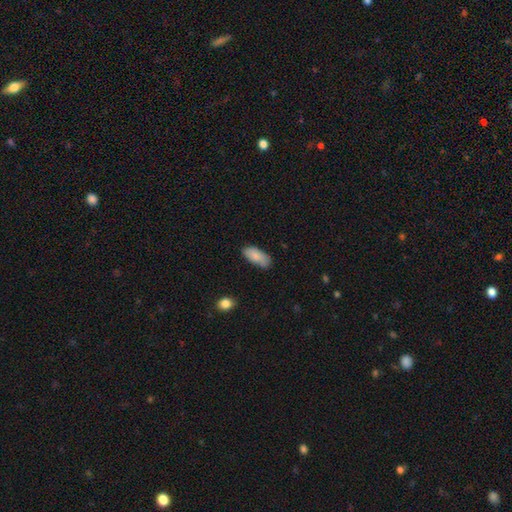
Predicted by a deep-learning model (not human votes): A smooth galaxy with no disk features (84%) that is in between round and cigar-shaped (88%). Merging: none (72%).